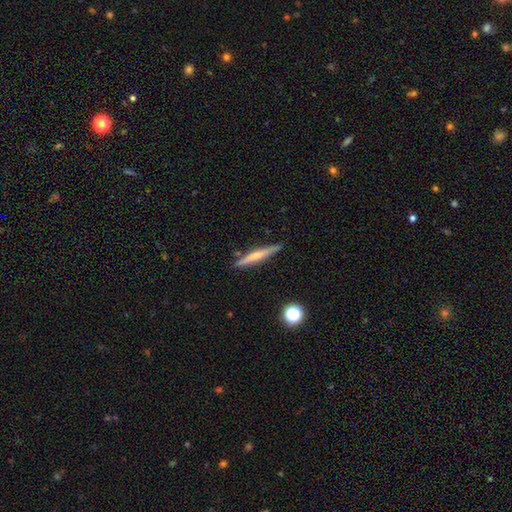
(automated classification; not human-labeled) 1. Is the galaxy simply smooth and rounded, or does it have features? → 65% featured or disk, 27% smooth, 8% star or artifact.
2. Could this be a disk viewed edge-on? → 96% yes, 4% no.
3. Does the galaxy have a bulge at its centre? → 79% rounded, 15% none, 5% boxy.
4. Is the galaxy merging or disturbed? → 88% none, 8% minor disturbance, 2% merger, 2% major disturbance.